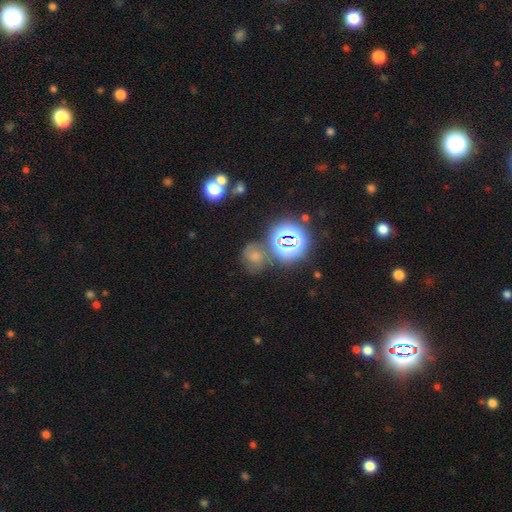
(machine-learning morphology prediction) Smooth or featured: smooth — 50% (star or artifact — 33%)
Merging: none — 58% (minor disturbance — 19%)